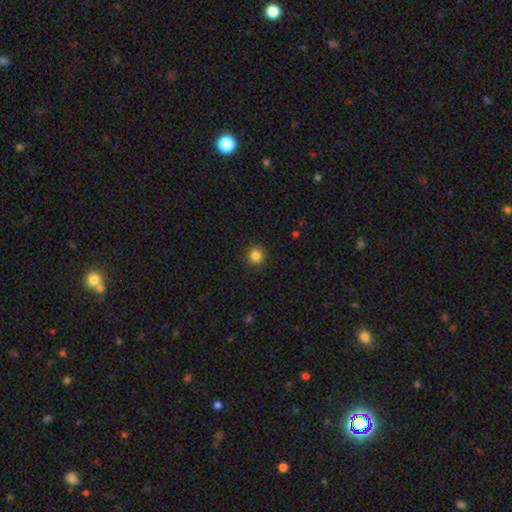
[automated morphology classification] A smooth galaxy with no disk features (85%) that is round (94%).

Vote fractions:
- Smooth or featured? smooth: 85% / star or artifact: 11% / featured or disk: 4%
- How rounded? round: 94% / in between: 5% / cigar-shaped: 1%
- Merging? none: 92% / minor disturbance: 5% / major disturbance: 2% / merger: 1%